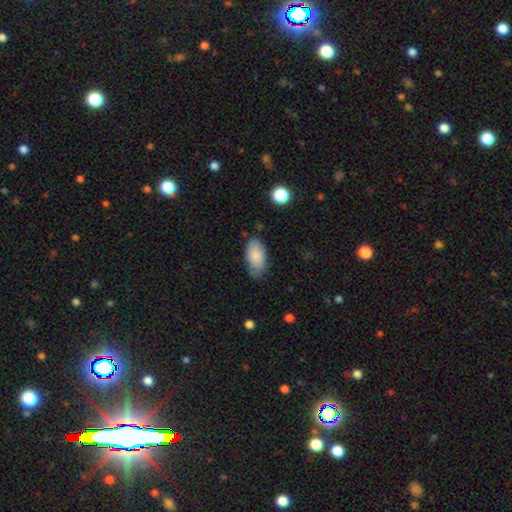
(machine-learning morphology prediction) The model was most divided on "merging": none: 71%, minor disturbance: 22%, major disturbance: 5%, merger: 2%. More confident: how rounded — in between (93%); smooth or featured — smooth (85%).